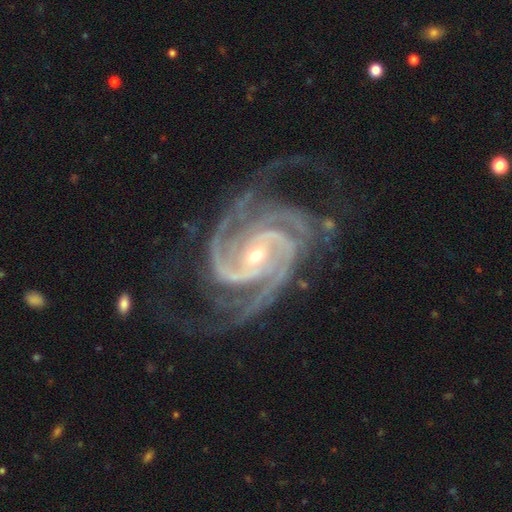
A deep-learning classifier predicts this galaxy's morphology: Smooth or featured: featured or disk — 94% (star or artifact — 4%)
Edge-on disk: no — 98% (yes — 2%)
Bar: no — 42% (weak — 32%)
Spiral arms: yes — 99% (no — 1%)
Spiral winding: tight — 53% (medium — 41%)
Spiral arm count: 3 — 34% (2 — 26%)
Bulge size: small — 60% (moderate — 37%)
Merging: none — 63% (minor disturbance — 19%)